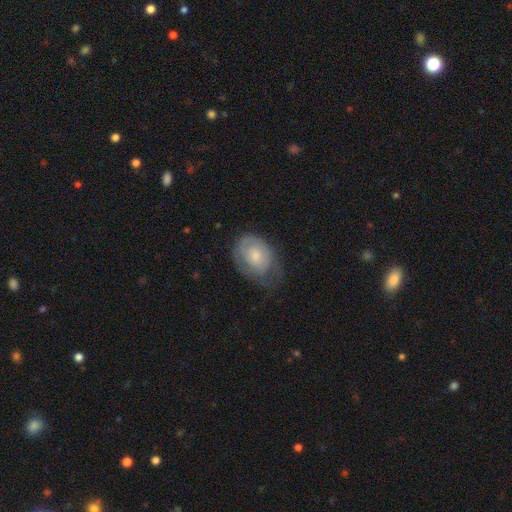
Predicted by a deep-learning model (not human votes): A smooth galaxy with no disk features (56%) that is in between round and cigar-shaped (69%). Merging: none (43%).